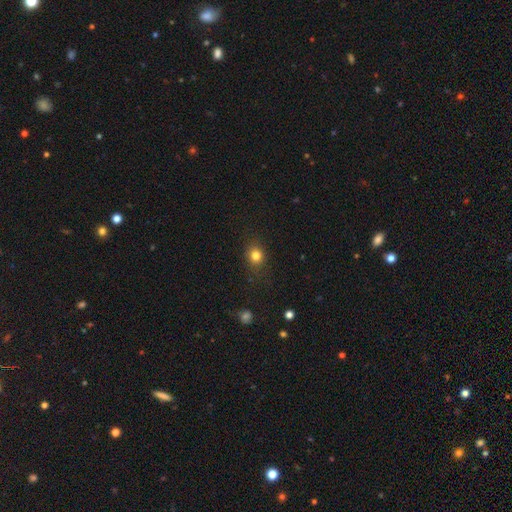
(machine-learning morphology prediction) This appears to be a smooth galaxy with no disk features (81%) that is round (72%). Merging: none (83%).